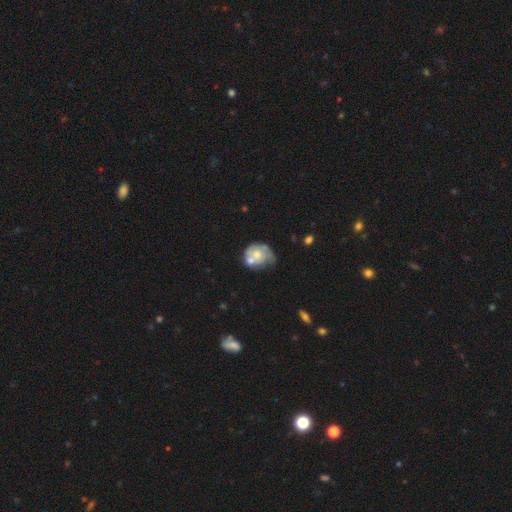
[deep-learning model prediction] Morphology: type=featured or disk (48%); merging=merger (31%).